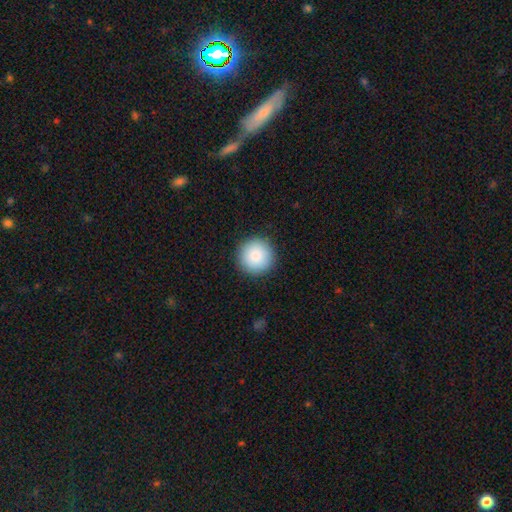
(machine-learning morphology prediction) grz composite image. It shows a smooth galaxy with no disk features (86%) that is round (96%). Merging: none (91%).